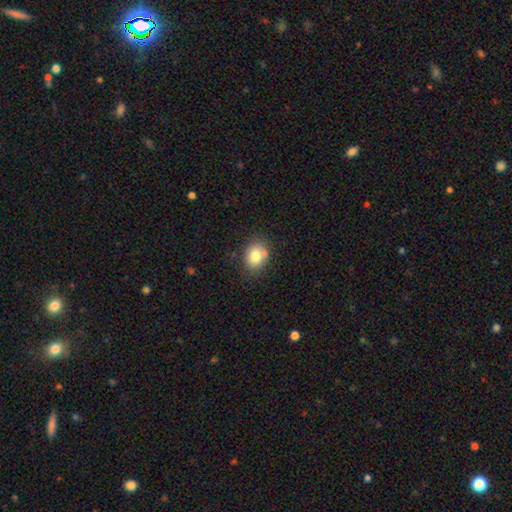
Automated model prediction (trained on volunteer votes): This appears to be a smooth galaxy with no disk features (80%) that is in between round and cigar-shaped (59%). Merging: none (74%).